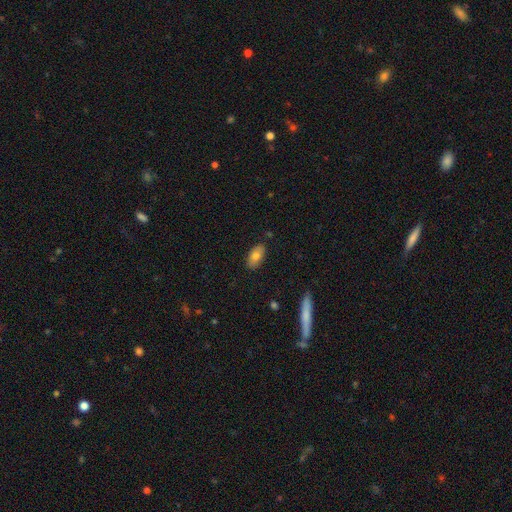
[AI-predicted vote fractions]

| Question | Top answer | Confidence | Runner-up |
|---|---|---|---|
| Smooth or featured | smooth | 77% | featured or disk (16%) |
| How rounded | in between | 91% | cigar-shaped (6%) |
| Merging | none | 86% | minor disturbance (10%) |